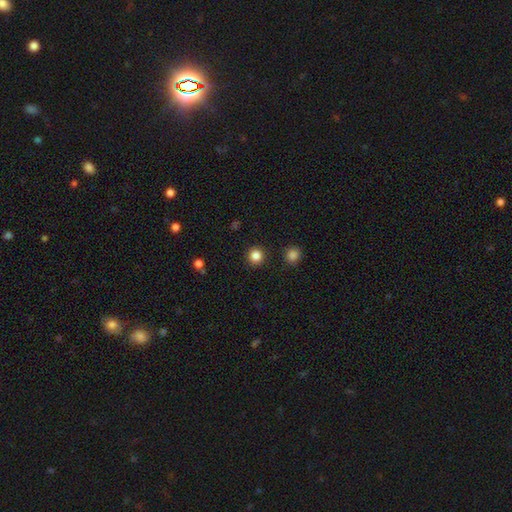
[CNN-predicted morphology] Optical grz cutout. It shows a smooth galaxy with no disk features (84%) that is round (95%). Merging: none (92%).